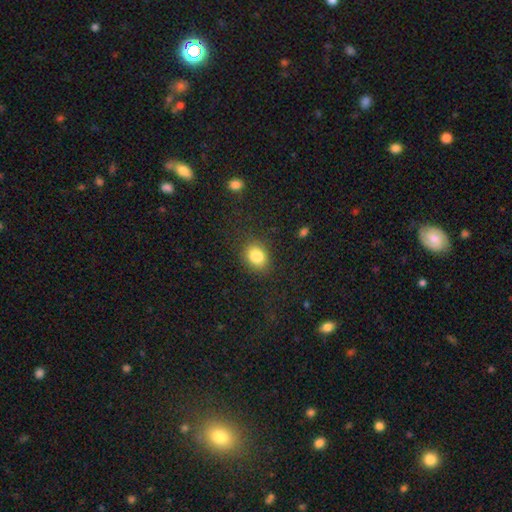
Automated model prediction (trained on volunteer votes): A smooth galaxy with no disk features (84%) that is in between round and cigar-shaped (60%).

Vote fractions:
- Smooth or featured? smooth: 84% / star or artifact: 10% / featured or disk: 6%
- How rounded? in between: 60% / round: 39% / cigar-shaped: 1%
- Merging? none: 83% / minor disturbance: 11% / major disturbance: 4% / merger: 1%